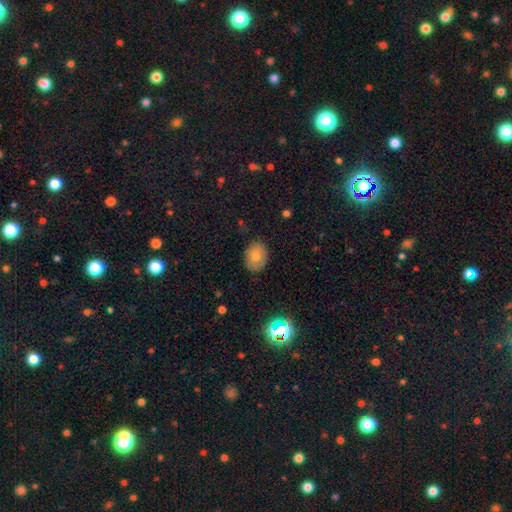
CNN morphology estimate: The model was most divided on "how rounded": in between: 64%, round: 35%, cigar-shaped: 1%. More confident: merging — none (80%); smooth or featured — smooth (74%).